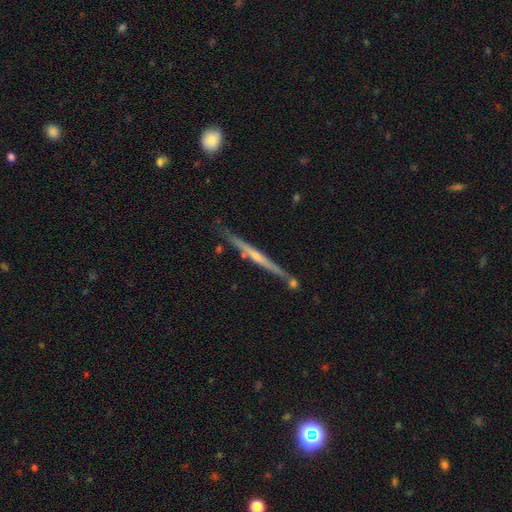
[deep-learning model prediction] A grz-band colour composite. It shows a featured or disk galaxy (78%) viewed edge-on (97%) with a rounded central bulge (61%). Merging: none (83%).